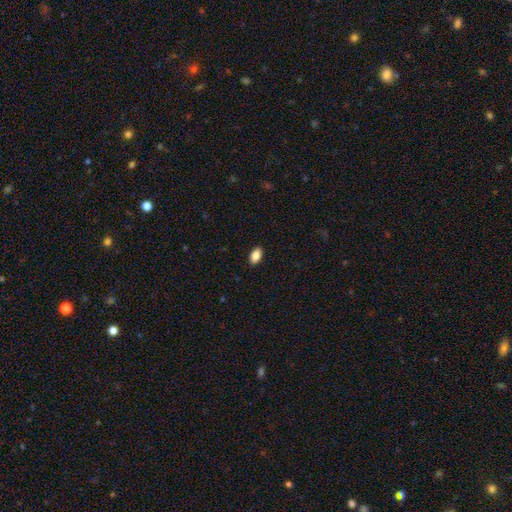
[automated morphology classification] Smooth or featured? smooth (86%)
How rounded? in between (91%)
Merging? none (90%)